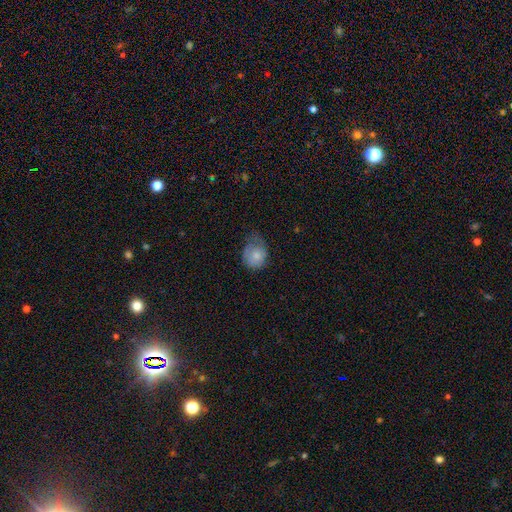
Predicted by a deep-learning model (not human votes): The model was most divided on "merging": minor disturbance: 41%, none: 34%, major disturbance: 24%, merger: 2%. More confident: smooth or featured — smooth (75%); how rounded — round (53%).